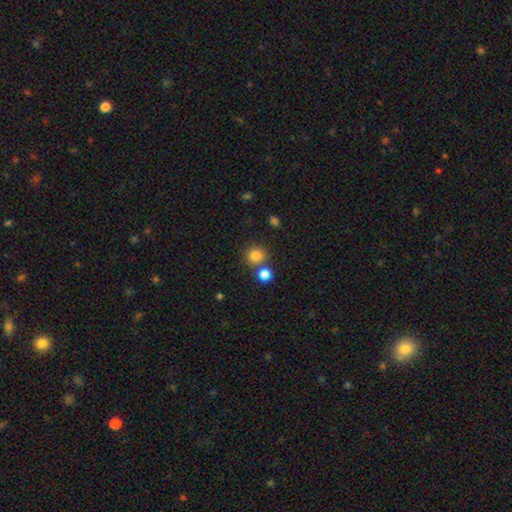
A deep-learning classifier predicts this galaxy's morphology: Smooth or featured? smooth (81%)
How rounded? round (91%)
Merging? none (69%)